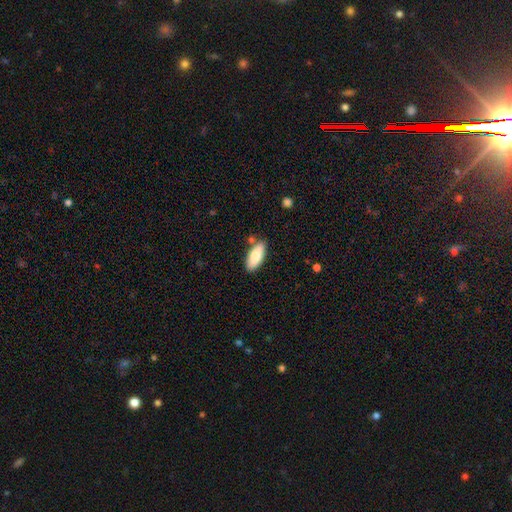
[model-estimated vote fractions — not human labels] A smooth galaxy with no disk features (82%) that is in between round and cigar-shaped (80%). Merging: none (82%).